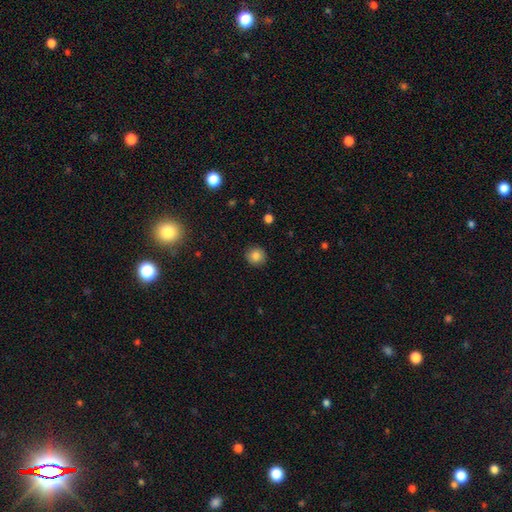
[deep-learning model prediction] smooth_or_featured: smooth (p=0.83) [alt: star or artifact p=0.10]
how_rounded: round (p=0.91) [alt: in between p=0.08]
merging: none (p=0.90) [alt: minor disturbance p=0.07]